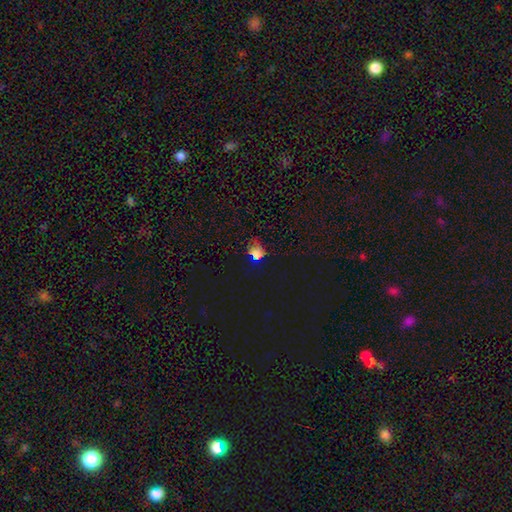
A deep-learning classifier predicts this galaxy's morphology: Smooth or featured? star or artifact (54%)